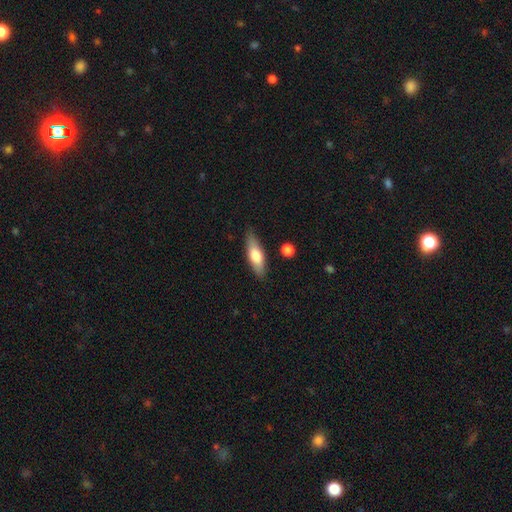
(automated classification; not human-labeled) Morphology: type=smooth (66%); roundness=in between (53%); merging=none (84%).